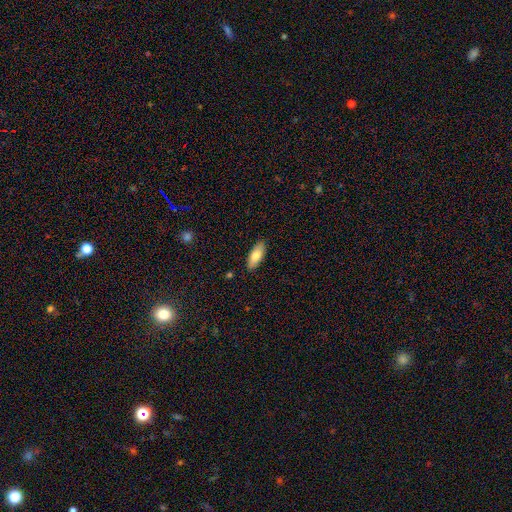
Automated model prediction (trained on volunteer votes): The model was most divided on "smooth or featured": smooth: 76%, featured or disk: 18%, star or artifact: 6%. More confident: merging — none (88%); how rounded — in between (78%).